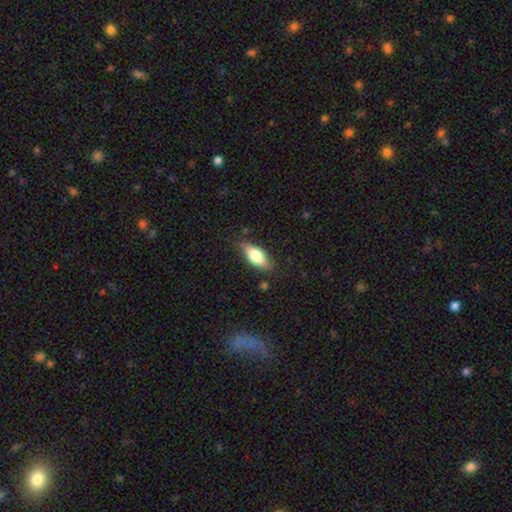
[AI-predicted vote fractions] The model was most divided on "smooth or featured": smooth: 70%, featured or disk: 23%, star or artifact: 7%. More confident: merging — none (81%); how rounded — in between (78%).